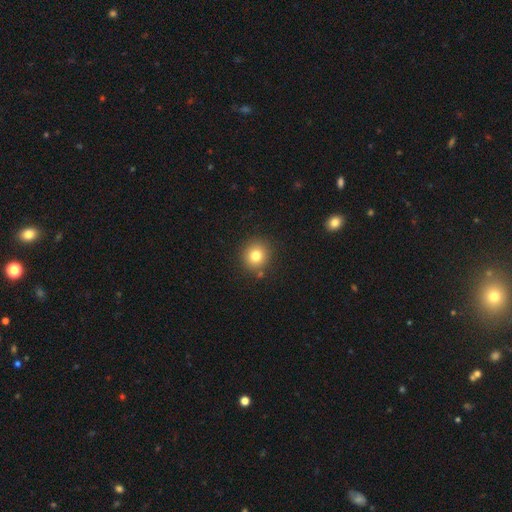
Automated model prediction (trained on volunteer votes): smooth 79%, star or artifact 12%, featured or disk 9%. Down the decision tree: how rounded — round (91%); merging — none (85%).